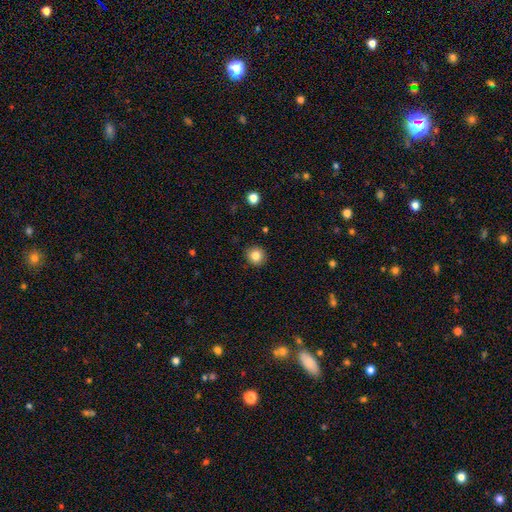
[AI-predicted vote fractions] The model was most divided on "smooth or featured": smooth: 83%, star or artifact: 11%, featured or disk: 7%. More confident: merging — none (91%); how rounded — round (91%).